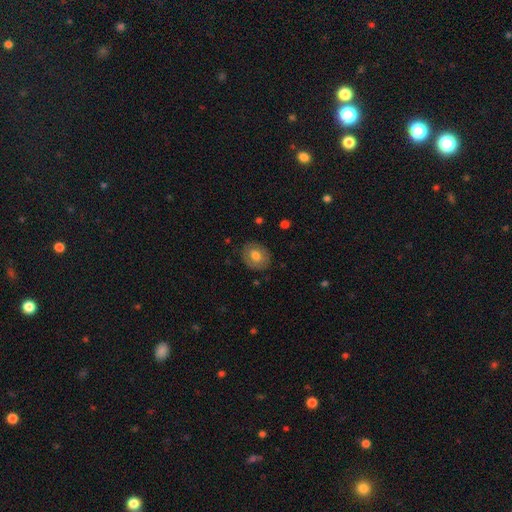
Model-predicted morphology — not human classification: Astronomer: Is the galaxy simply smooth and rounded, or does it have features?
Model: smooth — 67%.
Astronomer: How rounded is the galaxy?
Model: round — 52% (runner-up: in between, 47%).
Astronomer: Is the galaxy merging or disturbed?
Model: none — 83%.